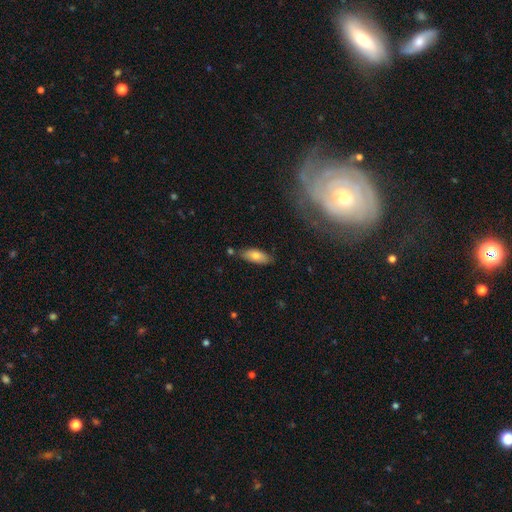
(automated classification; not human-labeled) The model was most divided on "smooth or featured": smooth: 74%, featured or disk: 19%, star or artifact: 7%. More confident: how rounded — in between (81%); merging — none (77%).